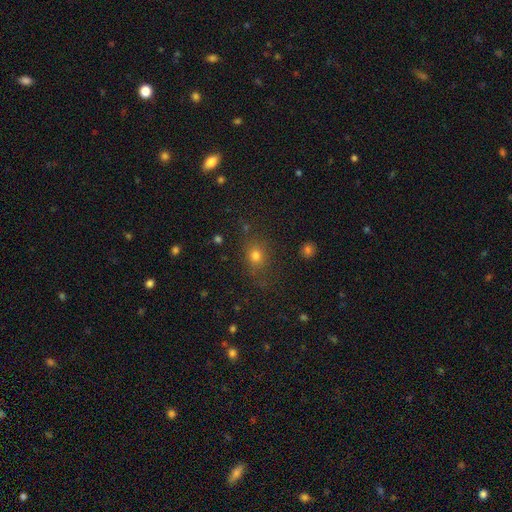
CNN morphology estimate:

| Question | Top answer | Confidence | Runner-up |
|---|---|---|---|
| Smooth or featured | smooth | 73% | star or artifact (18%) |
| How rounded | round | 61% | in between (37%) |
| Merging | none | 75% | minor disturbance (15%) |